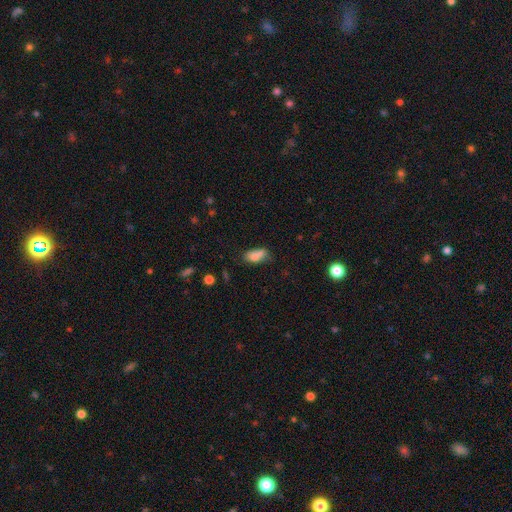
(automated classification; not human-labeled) Smooth or featured? Predicted: smooth (p=0.76). How rounded? Predicted: in between (p=0.84). Merging? Predicted: none (p=0.41).